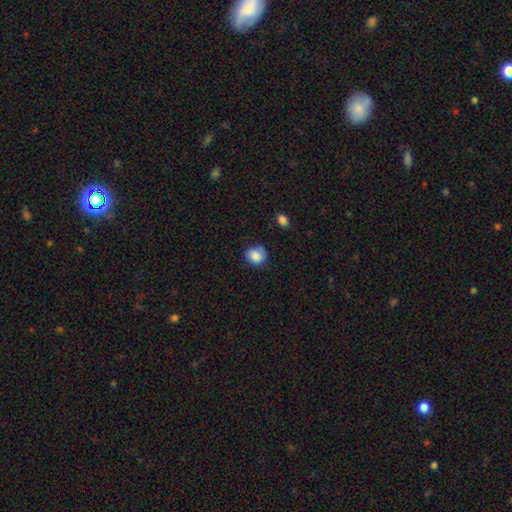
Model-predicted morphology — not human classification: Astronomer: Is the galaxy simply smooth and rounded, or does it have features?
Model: smooth — 86%.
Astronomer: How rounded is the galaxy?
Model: round — 72%.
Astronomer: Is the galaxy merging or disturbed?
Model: none — 72%.